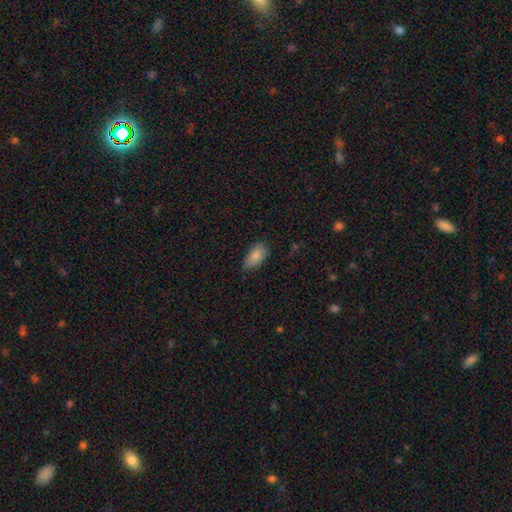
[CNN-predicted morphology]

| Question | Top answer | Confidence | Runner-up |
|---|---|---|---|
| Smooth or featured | smooth | 86% | featured or disk (7%) |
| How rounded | in between | 93% | cigar-shaped (4%) |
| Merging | none | 70% | minor disturbance (25%) |